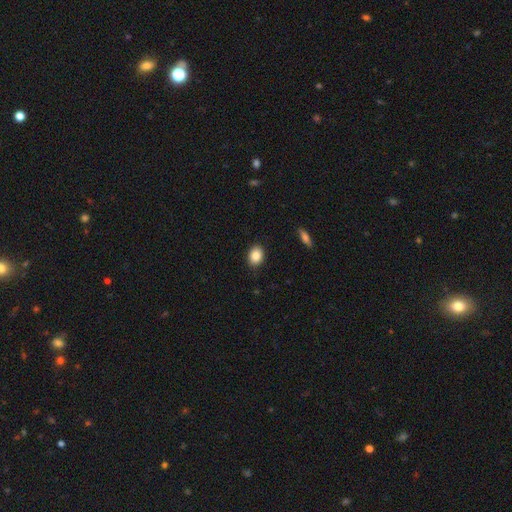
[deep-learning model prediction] Smooth or featured? Predicted: smooth (p=0.87). How rounded? Predicted: in between (p=0.65). Merging? Predicted: none (p=0.88).